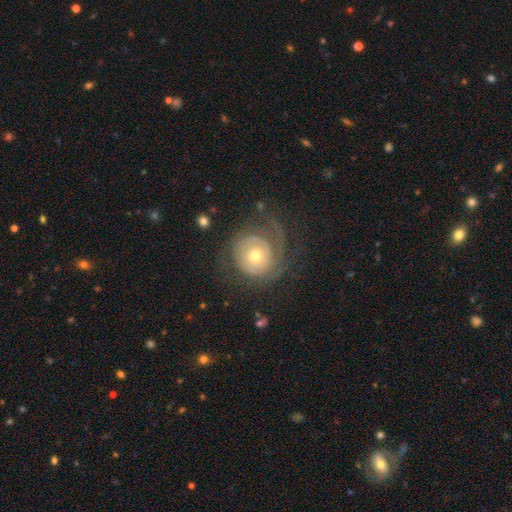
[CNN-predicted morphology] smooth-or-featured: featured or disk: 72% | smooth: 21% | star or artifact: 7%
  disk-edge-on: no: 97% | yes: 3%
    bar: no: 81% | weak: 16% | strong: 4%
    has-spiral-arms: yes: 84% | no: 16%
      spiral-winding: tight: 63% | medium: 25% | loose: 13%
      spiral-arm-count: can't tell: 32% (tied) | 2: 32% (tied) | 1: 17% | 3: 11% | 4: 4% | more than 4: 4%
    bulge-size: moderate: 51% | small: 43% | large: 4% | dominant: 1% | none: 1%
  merging: none: 60% | major disturbance: 21% | minor disturbance: 18% | merger: 2%